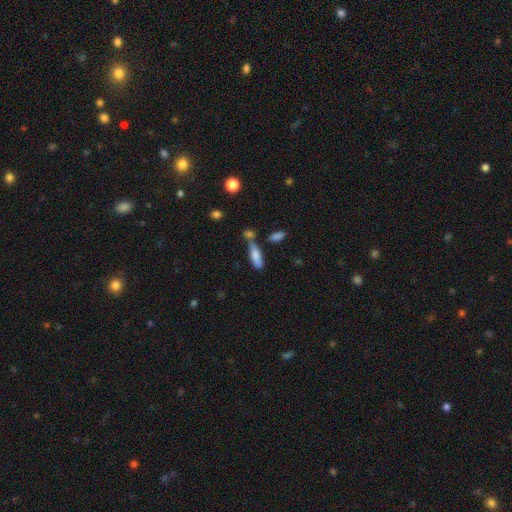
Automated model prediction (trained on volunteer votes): Smooth or featured? smooth (76%)
How rounded? in between (52%)
Merging? none (51%)